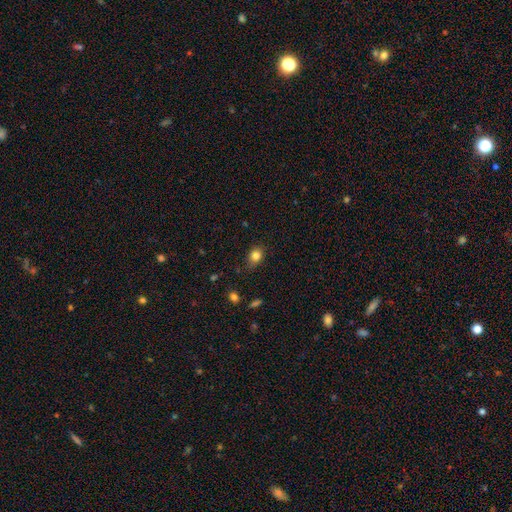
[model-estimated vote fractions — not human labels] Smooth or featured? Predicted: smooth (p=0.82). How rounded? Predicted: round (p=0.54). Merging? Predicted: none (p=0.75).